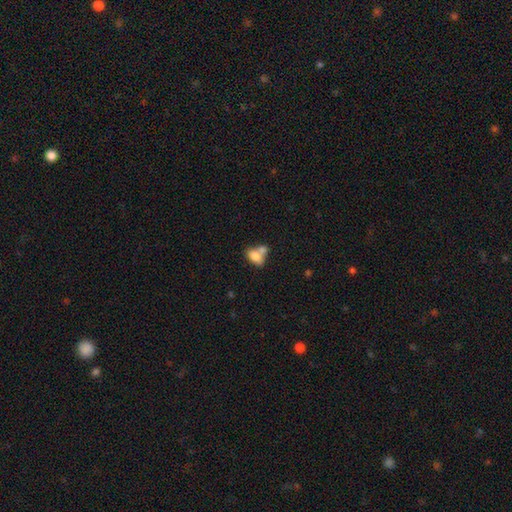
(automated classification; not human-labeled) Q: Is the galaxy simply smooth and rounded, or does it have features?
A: smooth — 77%.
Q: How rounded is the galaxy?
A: in between — 85%.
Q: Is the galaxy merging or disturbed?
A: merger — 54%.